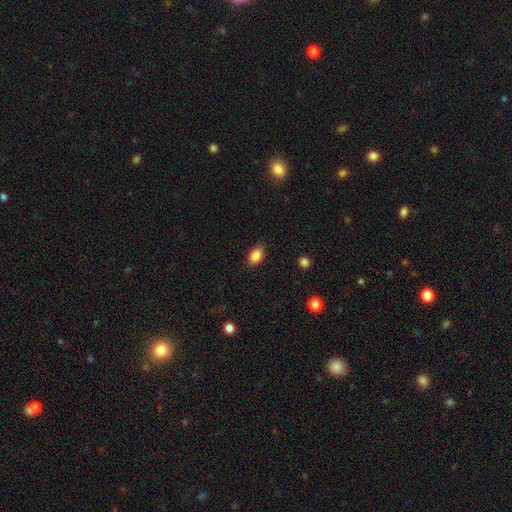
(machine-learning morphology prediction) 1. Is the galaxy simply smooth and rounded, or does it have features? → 86% smooth, 8% star or artifact, 6% featured or disk.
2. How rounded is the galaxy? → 88% in between, 9% round, 2% cigar-shaped.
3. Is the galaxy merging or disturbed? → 86% none, 11% minor disturbance, 3% major disturbance, 1% merger.